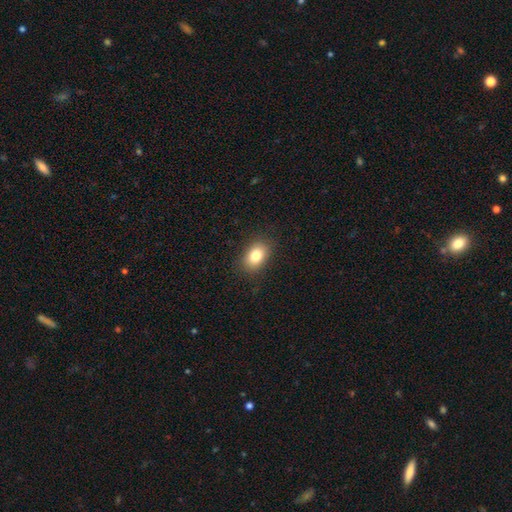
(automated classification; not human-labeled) smooth-or-featured: smooth: 82% | star or artifact: 9% | featured or disk: 9%
  how-rounded: in between: 80% | round: 19% | cigar-shaped: 1%
  merging: none: 87% | minor disturbance: 9% | major disturbance: 3% | merger: 1%